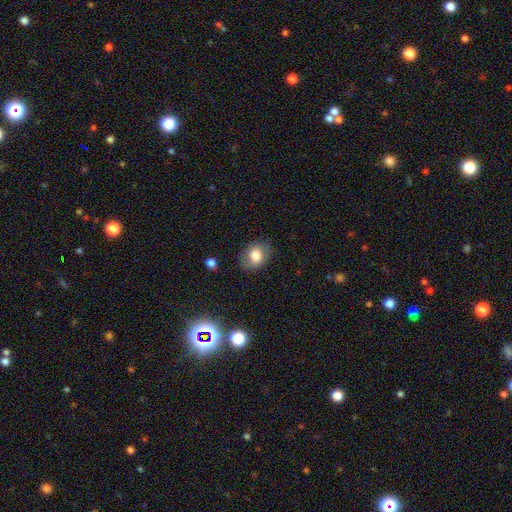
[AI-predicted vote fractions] This appears to be a smooth galaxy with no disk features (73%) that is in between round and cigar-shaped (65%). Merging: none (78%).